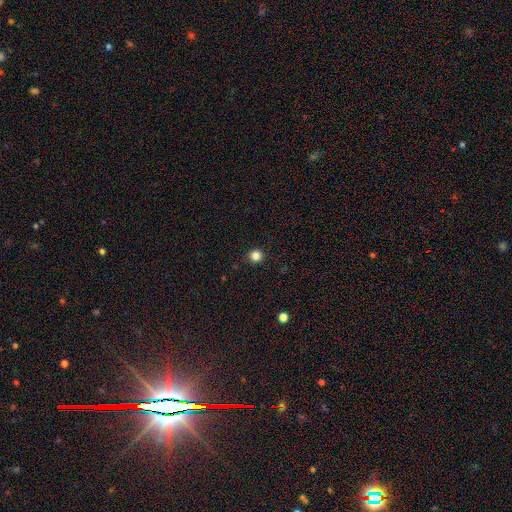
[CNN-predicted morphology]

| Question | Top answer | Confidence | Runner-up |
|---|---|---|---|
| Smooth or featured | smooth | 84% | star or artifact (13%) |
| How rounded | round | 95% | in between (4%) |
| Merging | none | 93% | minor disturbance (5%) |